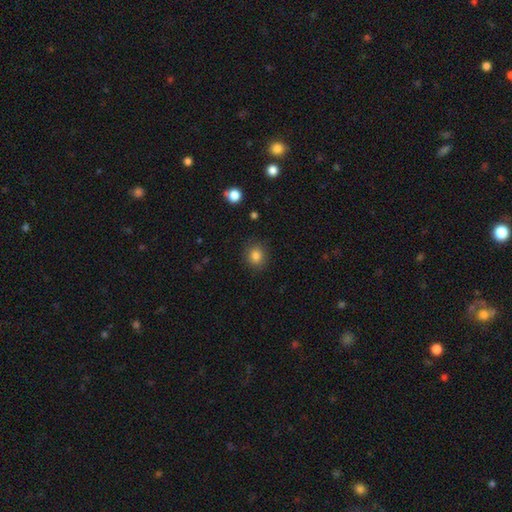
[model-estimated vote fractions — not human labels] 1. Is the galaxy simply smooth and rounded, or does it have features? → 84% smooth, 11% star or artifact, 5% featured or disk.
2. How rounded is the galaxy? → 79% round, 21% in between, 1% cigar-shaped.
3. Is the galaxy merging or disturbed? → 87% none, 9% minor disturbance, 3% major disturbance, 1% merger.